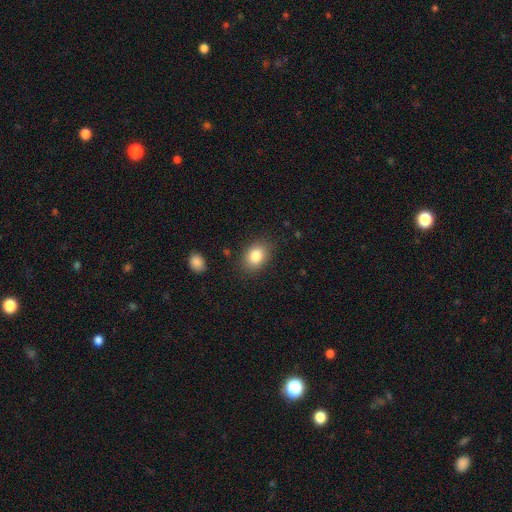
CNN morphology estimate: This appears to be a smooth galaxy with no disk features (83%) that is in between round and cigar-shaped (70%). Merging: none (83%).